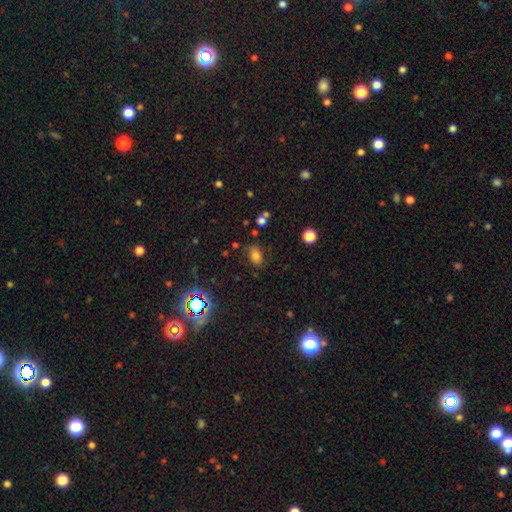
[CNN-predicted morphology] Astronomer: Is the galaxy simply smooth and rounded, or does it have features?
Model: smooth — 72%.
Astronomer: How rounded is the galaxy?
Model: in between — 83%.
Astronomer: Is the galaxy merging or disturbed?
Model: none — 76%.